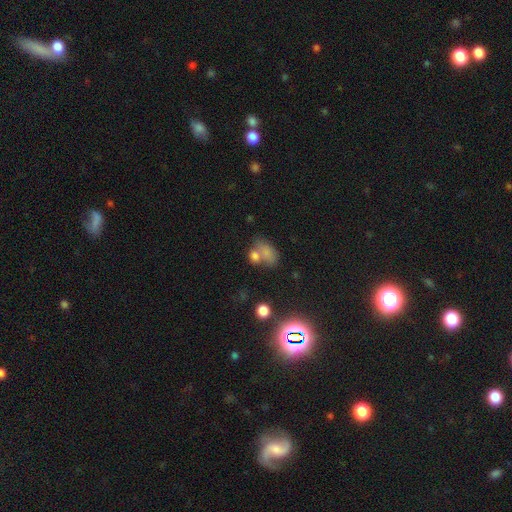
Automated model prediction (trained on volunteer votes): Morphology: type=smooth (71%); roundness=in between (67%); merging=merger (46%).